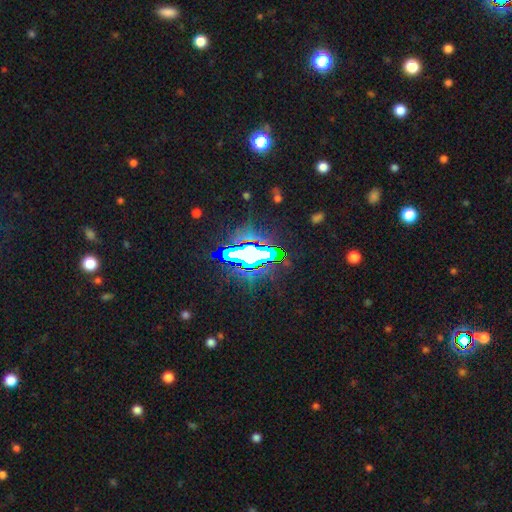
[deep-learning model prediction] star or artifact 72%, smooth 14%, featured or disk 13%.